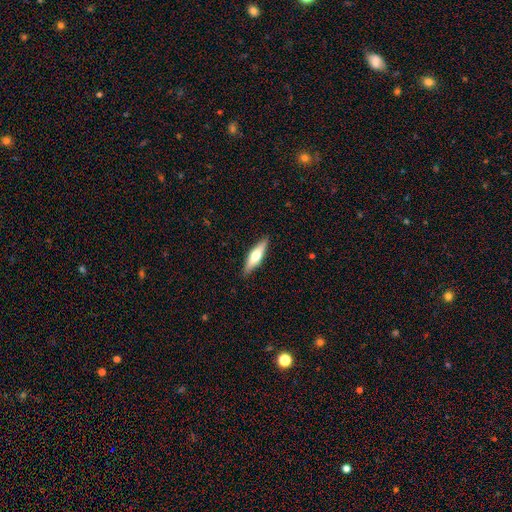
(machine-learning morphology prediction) smooth-or-featured: smooth: 51% | featured or disk: 44% | star or artifact: 5%
  how-rounded: cigar-shaped: 67% | in between: 31% | round: 2%
  merging: none: 89% | minor disturbance: 8% | major disturbance: 2% | merger: 1%